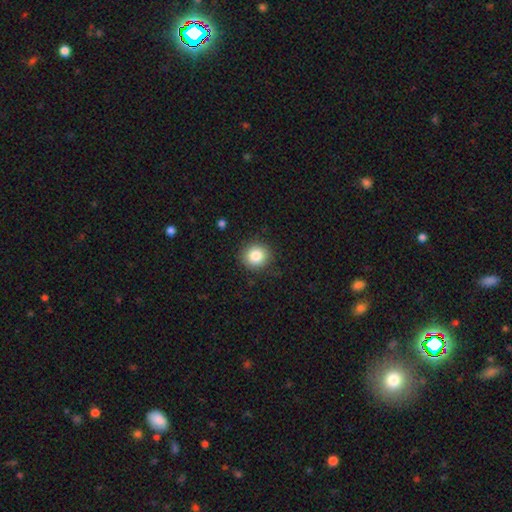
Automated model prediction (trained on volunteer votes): Smooth or featured: smooth — 84% (star or artifact — 10%)
How rounded: round — 87% (in between — 12%)
Merging: none — 88% (minor disturbance — 9%)